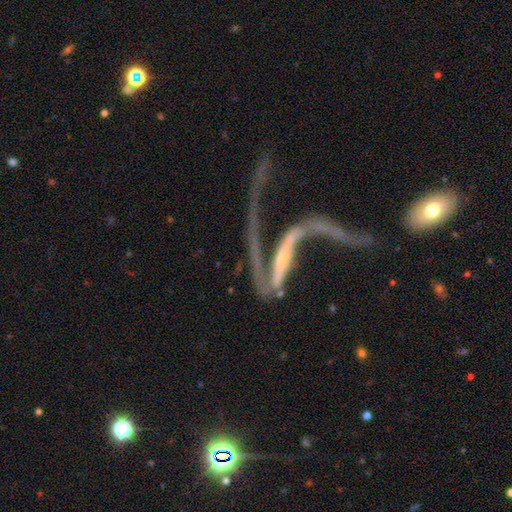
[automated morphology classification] Smooth or featured? featured or disk (79%)
Edge-on disk? no (81%)
Bar? strong (39%)
Spiral arms? yes (74%)
Bulge size? small (55%)
Merging? major disturbance (44%)